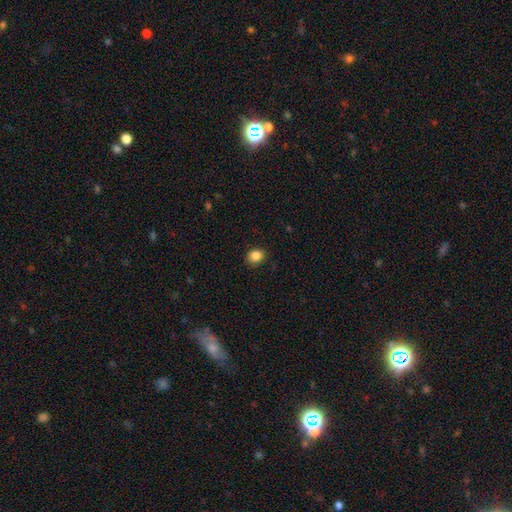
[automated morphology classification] This appears to be a smooth galaxy with no disk features (86%) that is round (66%). Merging: none (87%).